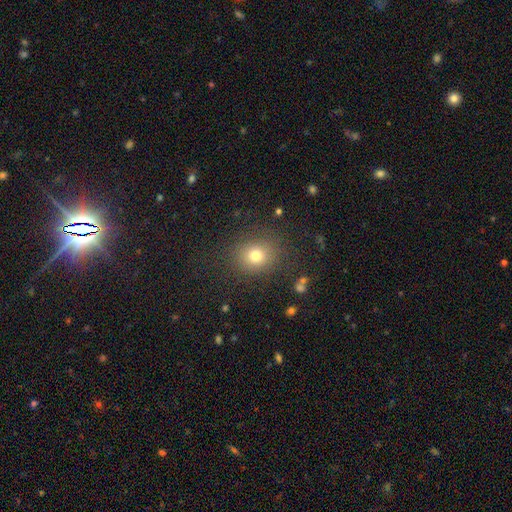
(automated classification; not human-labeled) smooth_or_featured: smooth (p=0.76) [alt: star or artifact p=0.15]
how_rounded: round (p=0.72) [alt: in between p=0.27]
merging: none (p=0.84) [alt: minor disturbance p=0.10]